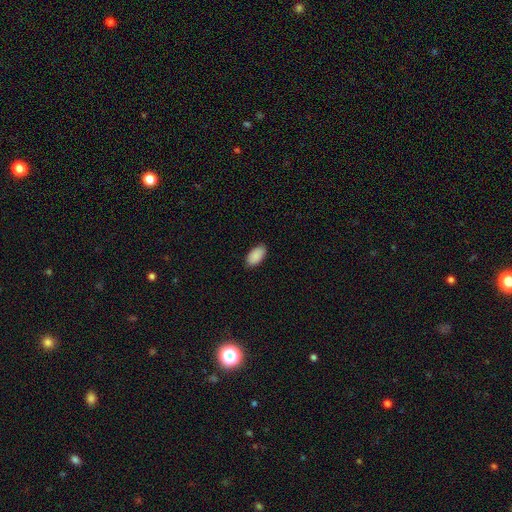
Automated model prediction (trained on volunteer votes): A smooth galaxy with no disk features (90%) that is in between round and cigar-shaped (96%). Merging: none (88%).